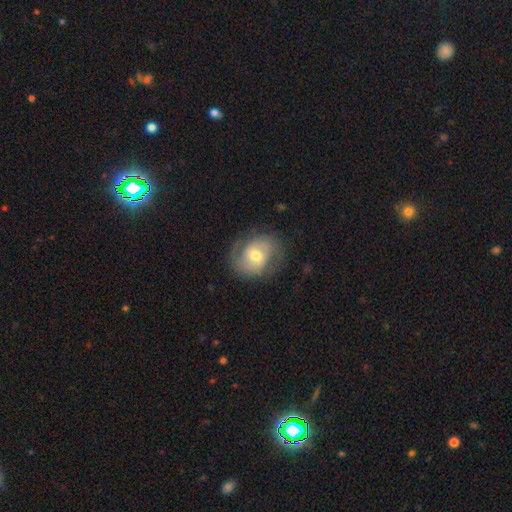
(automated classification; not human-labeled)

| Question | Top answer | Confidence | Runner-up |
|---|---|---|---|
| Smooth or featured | featured or disk | 67% | smooth (27%) |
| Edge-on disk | no | 97% | yes (3%) |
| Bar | no | 59% | weak (33%) |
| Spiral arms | yes | 85% | no (15%) |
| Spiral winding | medium | 43% | tight (36%) |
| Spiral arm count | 2 | 75% | can't tell (12%) |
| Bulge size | moderate | 65% | small (27%) |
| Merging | none | 71% | minor disturbance (18%) |